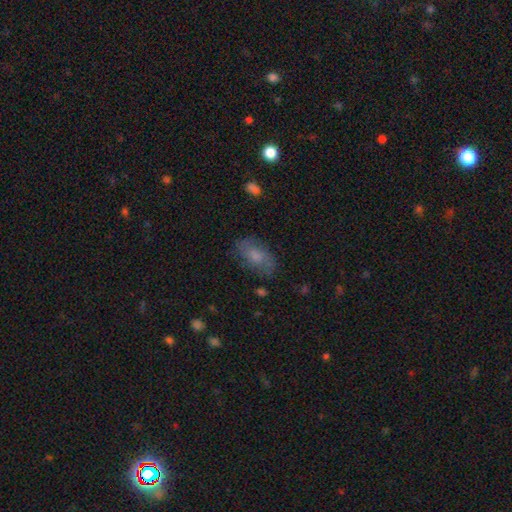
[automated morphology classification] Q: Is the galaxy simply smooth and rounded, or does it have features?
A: smooth — 55%.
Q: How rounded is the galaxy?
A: in between — 88%.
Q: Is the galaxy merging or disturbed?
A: none — 72%.